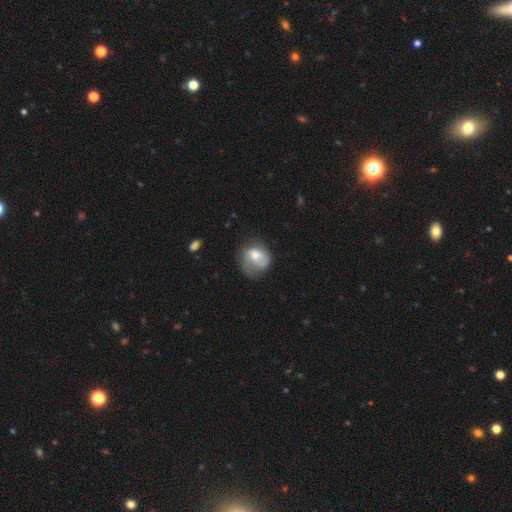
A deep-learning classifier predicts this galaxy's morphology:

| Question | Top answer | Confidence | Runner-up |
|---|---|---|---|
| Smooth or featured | smooth | 59% | featured or disk (33%) |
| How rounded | round | 58% | in between (41%) |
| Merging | none | 36% | minor disturbance (31%) |